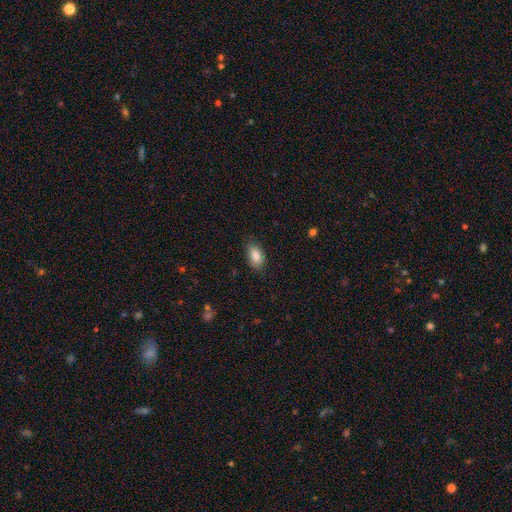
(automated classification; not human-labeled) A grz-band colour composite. It shows a smooth galaxy with no disk features (87%) that is in between round and cigar-shaped (92%). Merging: none (81%).